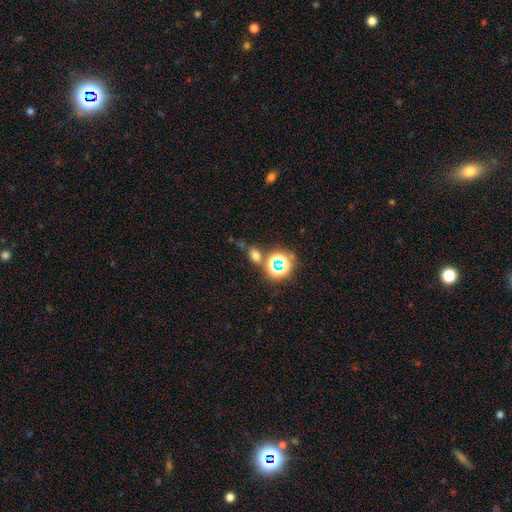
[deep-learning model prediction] smooth-or-featured: smooth: 60% | star or artifact: 32% | featured or disk: 9%
  how-rounded: in between: 61% | round: 36% | cigar-shaped: 3%
  merging: none: 69% | merger: 14% | minor disturbance: 12% | major disturbance: 5%